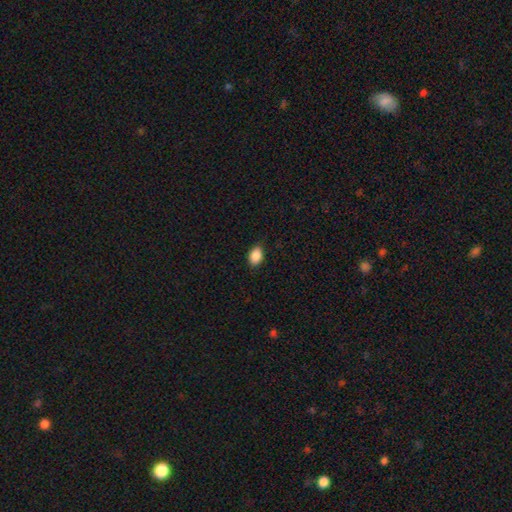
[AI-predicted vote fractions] Smooth or featured? Predicted: smooth (p=0.89). How rounded? Predicted: in between (p=0.84). Merging? Predicted: none (p=0.84).